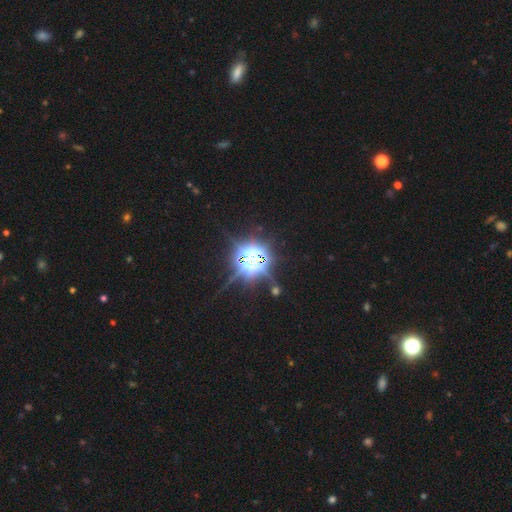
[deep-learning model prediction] Smooth or featured? star or artifact (79%)